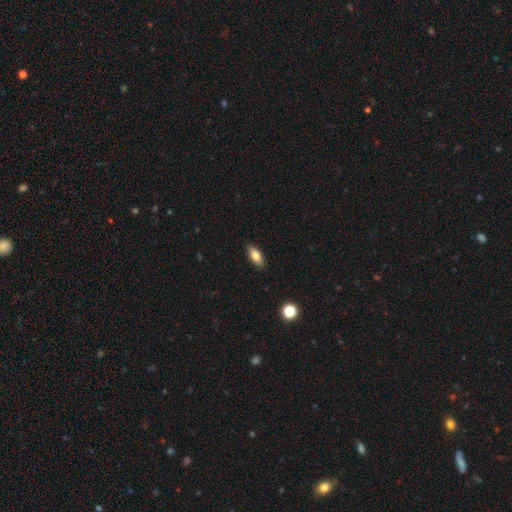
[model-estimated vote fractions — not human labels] smooth_or_featured: smooth (p=0.79) [alt: featured or disk p=0.13]
how_rounded: in between (p=0.85) [alt: cigar-shaped p=0.12]
merging: none (p=0.89) [alt: minor disturbance p=0.08]